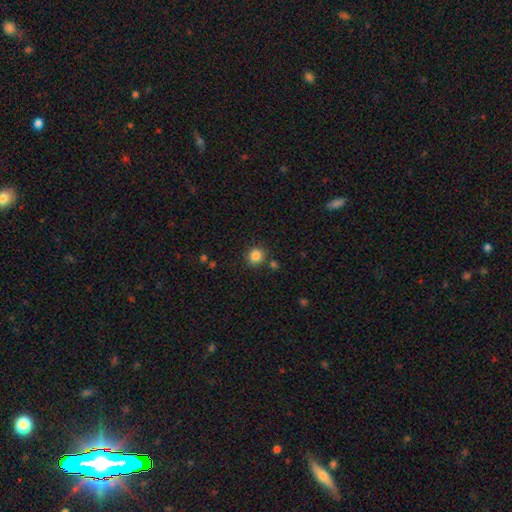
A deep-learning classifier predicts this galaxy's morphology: Smooth or featured? smooth (85%)
How rounded? round (88%)
Merging? none (82%)